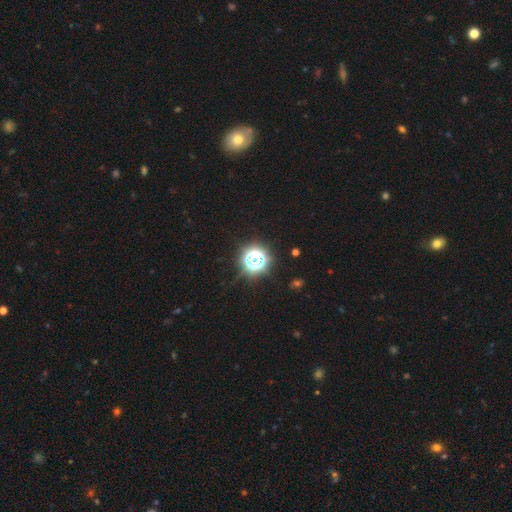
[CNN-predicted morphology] Smooth or featured? Predicted: star or artifact (p=0.66).